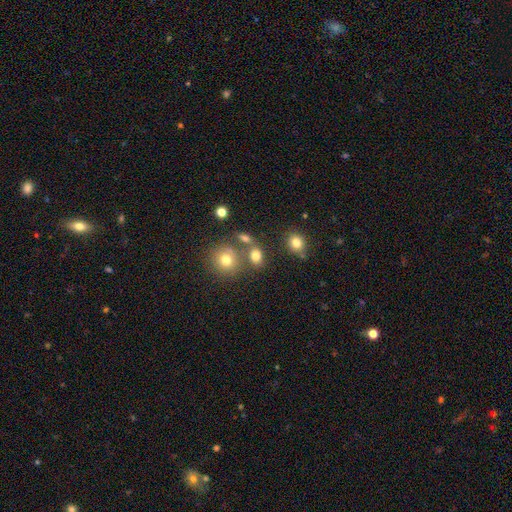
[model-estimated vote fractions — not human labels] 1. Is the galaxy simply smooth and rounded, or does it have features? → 75% smooth, 15% star or artifact, 10% featured or disk.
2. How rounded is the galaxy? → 53% in between, 45% round, 2% cigar-shaped.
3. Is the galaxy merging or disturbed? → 59% none, 24% merger, 12% minor disturbance, 5% major disturbance.